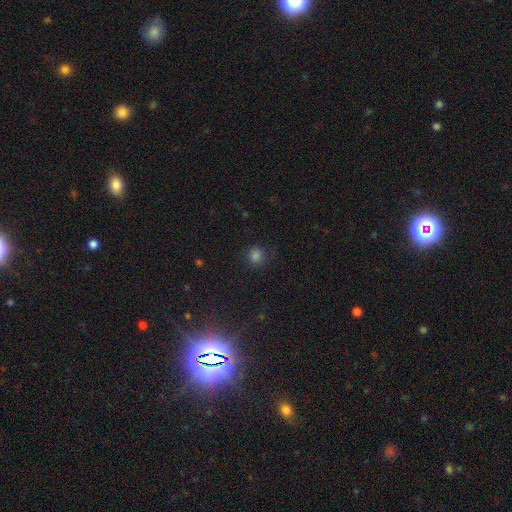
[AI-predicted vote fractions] A smooth galaxy with no disk features (78%) that is round (90%).

Vote fractions:
- Smooth or featured? smooth: 78% / star or artifact: 18% / featured or disk: 5%
- How rounded? round: 90% / in between: 9% / cigar-shaped: 1%
- Merging? none: 83% / minor disturbance: 11% / major disturbance: 5% / merger: 2%